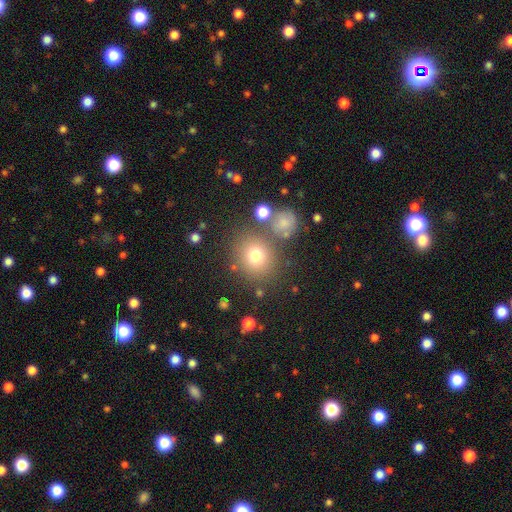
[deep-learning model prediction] A smooth galaxy with no disk features (74%) that is round (87%). Merging: none (75%).